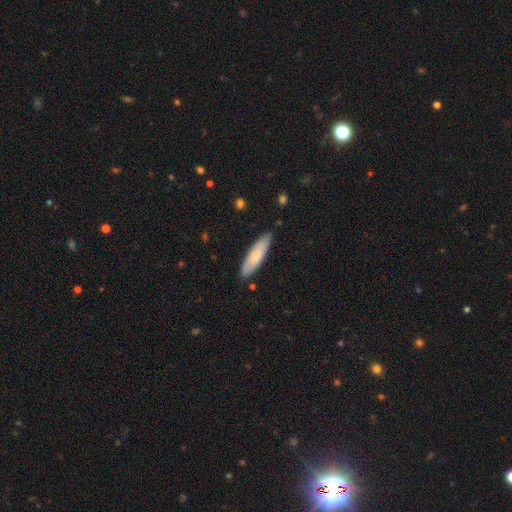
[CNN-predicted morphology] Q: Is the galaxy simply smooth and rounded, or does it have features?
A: smooth — 78%.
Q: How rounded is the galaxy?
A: cigar-shaped — 66%.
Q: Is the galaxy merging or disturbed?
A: none — 86%.